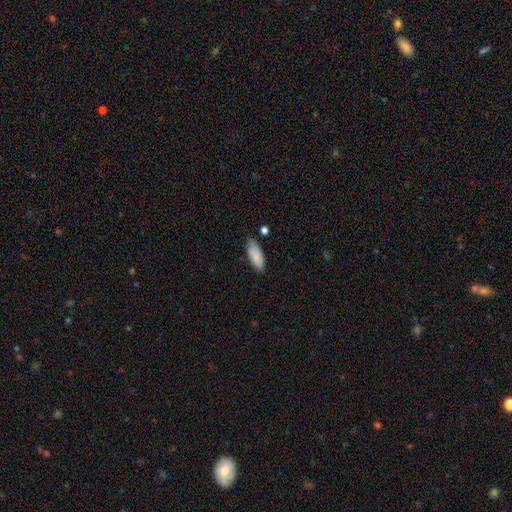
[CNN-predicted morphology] The model was most divided on "how rounded": in between: 76%, cigar-shaped: 22%, round: 2%. More confident: smooth or featured — smooth (88%); merging — none (78%).